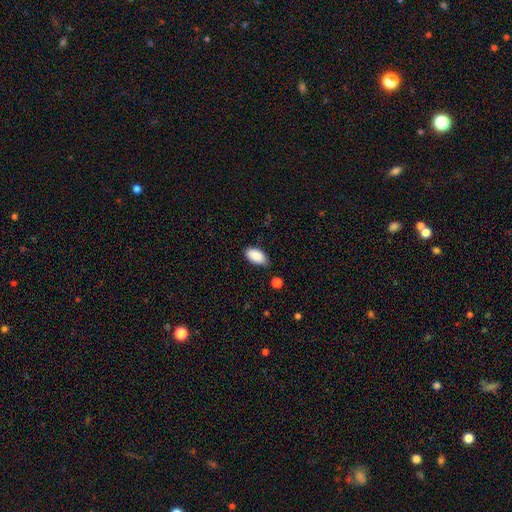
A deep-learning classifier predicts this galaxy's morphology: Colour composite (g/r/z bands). It shows a smooth galaxy with no disk features (89%) that is in between round and cigar-shaped (95%). Merging: none (76%).